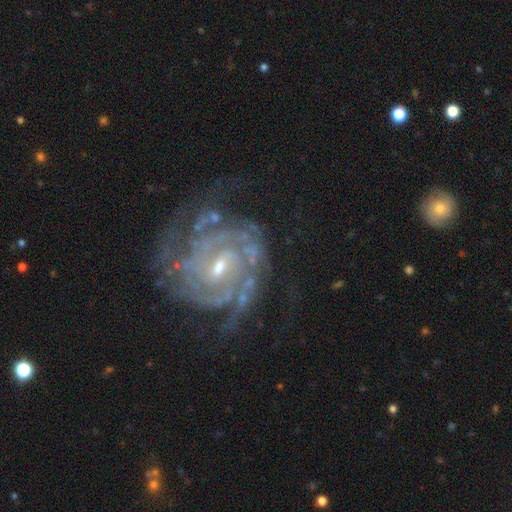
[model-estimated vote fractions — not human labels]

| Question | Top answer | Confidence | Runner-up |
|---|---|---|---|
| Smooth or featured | featured or disk | 88% | star or artifact (8%) |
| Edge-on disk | no | 97% | yes (3%) |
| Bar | weak | 42% | no (34%) |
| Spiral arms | yes | 98% | no (2%) |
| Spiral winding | tight | 74% | medium (22%) |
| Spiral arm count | can't tell | 26% | 4 (21%) |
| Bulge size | small | 62% | moderate (34%) |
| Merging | none | 72% | minor disturbance (16%) |